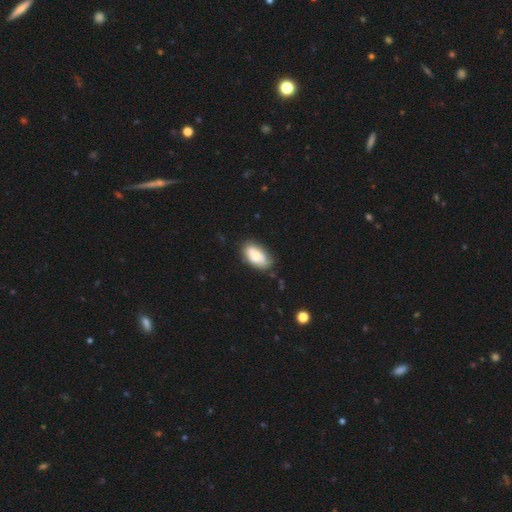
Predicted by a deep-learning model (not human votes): Smooth or featured? Predicted: smooth (p=0.69). How rounded? Predicted: in between (p=0.93). Merging? Predicted: none (p=0.70).